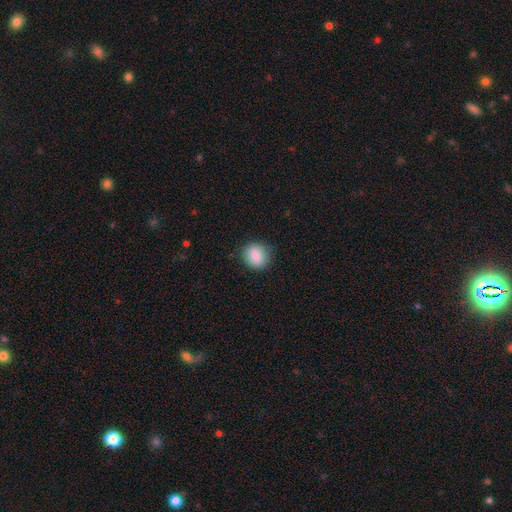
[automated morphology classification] This appears to be a smooth galaxy with no disk features (86%) that is round (69%). Merging: none (82%).